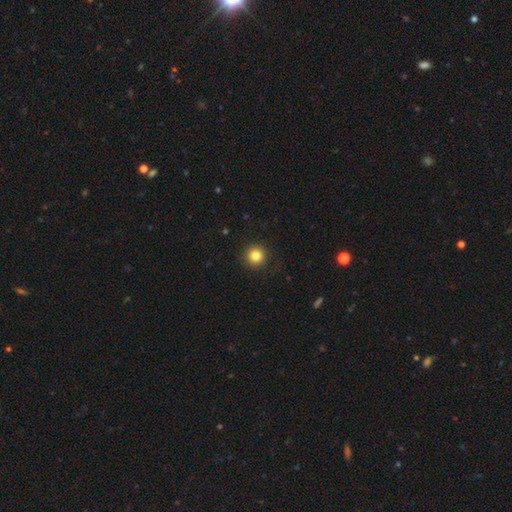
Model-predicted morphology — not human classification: Smooth or featured? smooth (83%)
How rounded? round (96%)
Merging? none (92%)